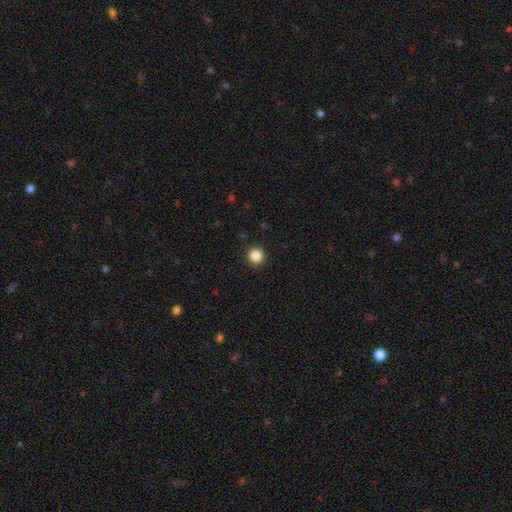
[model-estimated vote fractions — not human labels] A smooth galaxy with no disk features (86%) that is round (95%). Merging: none (92%).